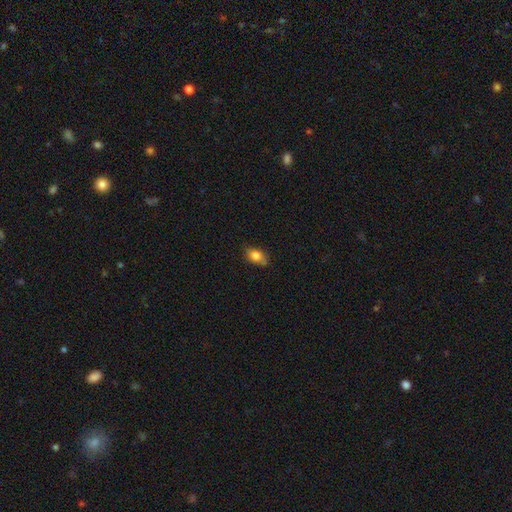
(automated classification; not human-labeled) smooth-or-featured: smooth: 82% | featured or disk: 10% | star or artifact: 8%
  how-rounded: in between: 83% | round: 14% | cigar-shaped: 4%
  merging: none: 75% | minor disturbance: 21% | major disturbance: 4% | merger: 1%